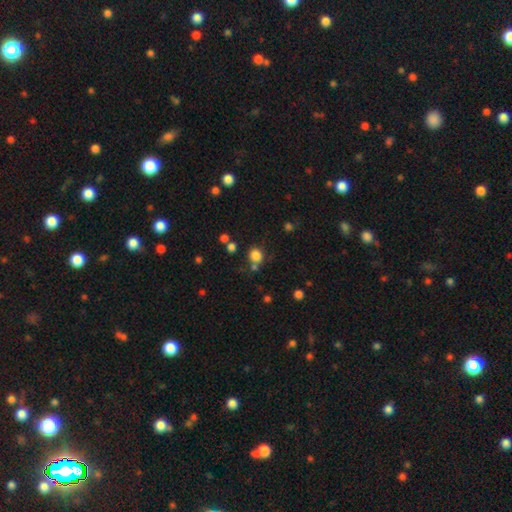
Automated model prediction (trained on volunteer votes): Overall: smooth (82%). How rounded: round (83%). Merging: none (73%).